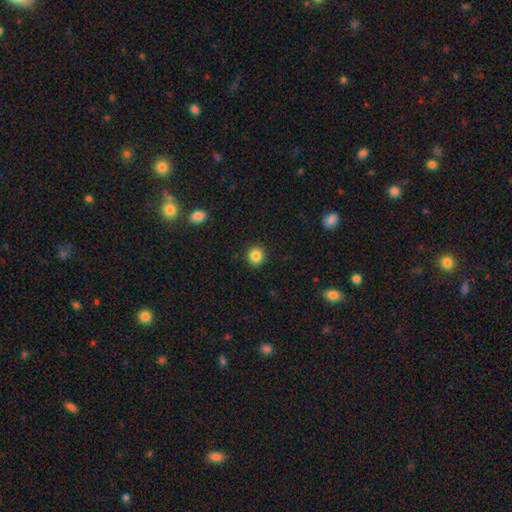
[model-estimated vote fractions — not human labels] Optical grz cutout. It shows a smooth galaxy with no disk features (85%) that is round (89%). Merging: none (92%).